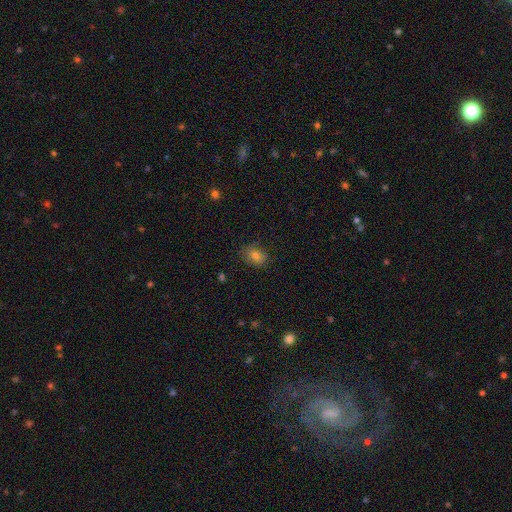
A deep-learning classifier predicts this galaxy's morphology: A smooth galaxy with no disk features (73%) that is in between round and cigar-shaped (54%).

Vote fractions:
- Smooth or featured? smooth: 73% / featured or disk: 14% / star or artifact: 13%
- How rounded? in between: 54% / round: 45% / cigar-shaped: 1%
- Merging? none: 78% / minor disturbance: 17% / major disturbance: 4% / merger: 1%